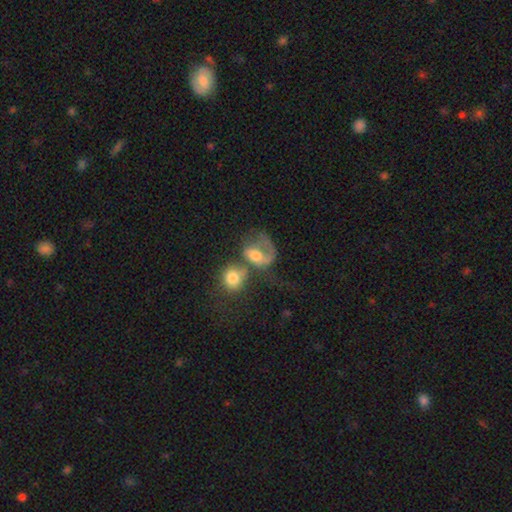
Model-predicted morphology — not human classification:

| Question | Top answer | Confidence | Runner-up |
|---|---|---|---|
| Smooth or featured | smooth | 46% | featured or disk (44%) |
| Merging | merger | 44% | major disturbance (26%) |